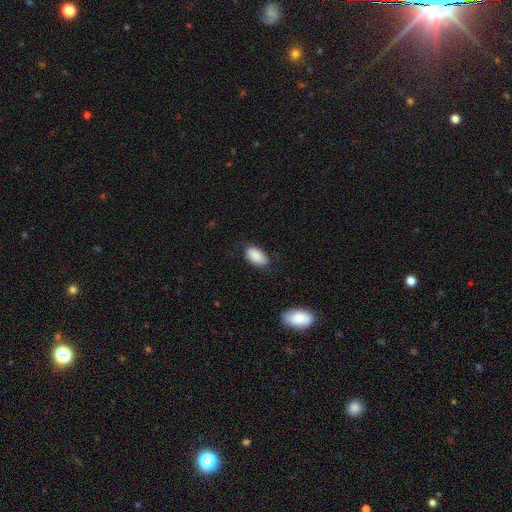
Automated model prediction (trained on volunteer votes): smooth 88%, star or artifact 6%, featured or disk 5%. Down the decision tree: how rounded — in between (94%); merging — none (74%).